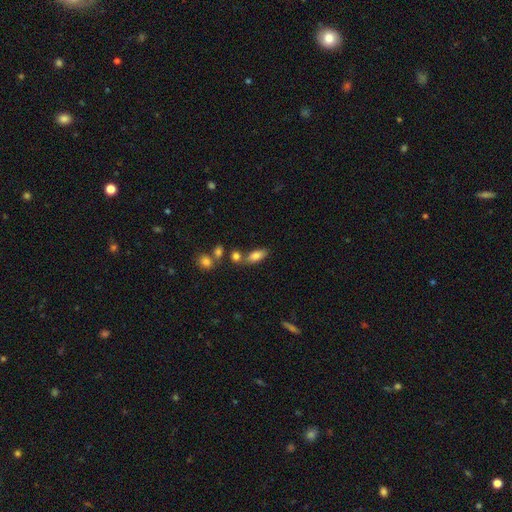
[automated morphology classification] This appears to be a smooth galaxy with no disk features (80%) that is in between round and cigar-shaped (82%). Merging: none (62%).